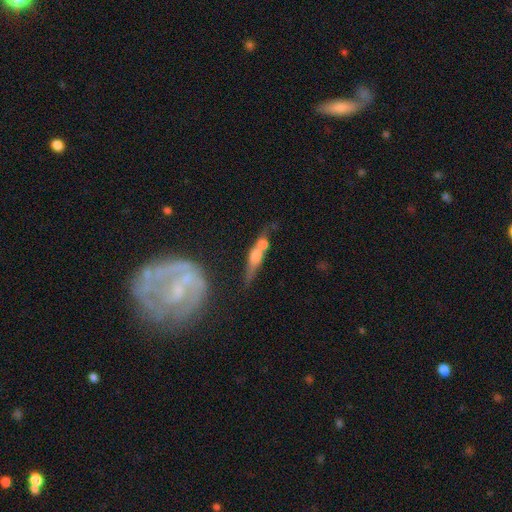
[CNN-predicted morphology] smooth_or_featured: featured or disk (p=0.51) [alt: smooth p=0.39]
disk_edge_on: yes (p=0.74) [alt: no p=0.26]
merging: none (p=0.42) [alt: merger p=0.30]